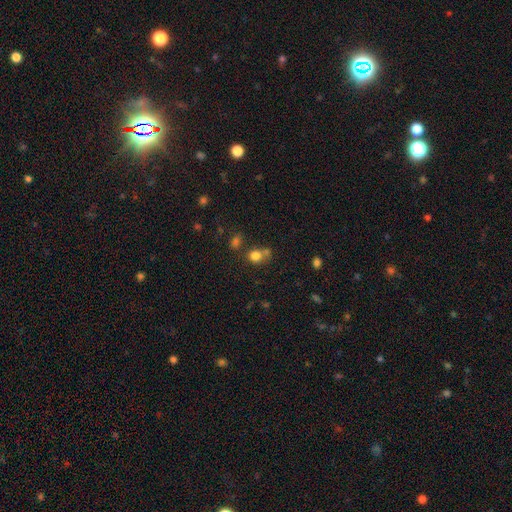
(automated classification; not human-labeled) smooth 79%, star or artifact 14%, featured or disk 8%. Down the decision tree: how rounded — round (72%); merging — none (51%).